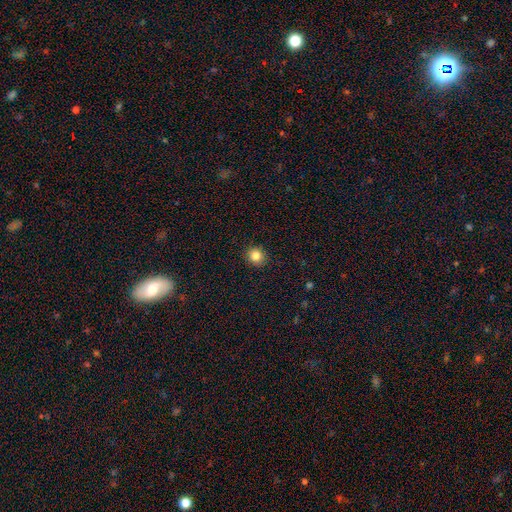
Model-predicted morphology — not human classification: A smooth galaxy with no disk features (83%) that is round (89%). Merging: none (92%).